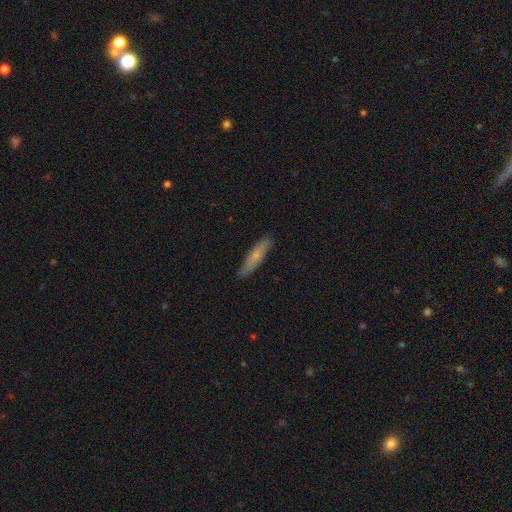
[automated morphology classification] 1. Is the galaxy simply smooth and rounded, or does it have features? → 63% smooth, 31% featured or disk, 6% star or artifact.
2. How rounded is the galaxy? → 79% cigar-shaped, 19% in between, 2% round.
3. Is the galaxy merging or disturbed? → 84% none, 13% minor disturbance, 2% major disturbance, 1% merger.